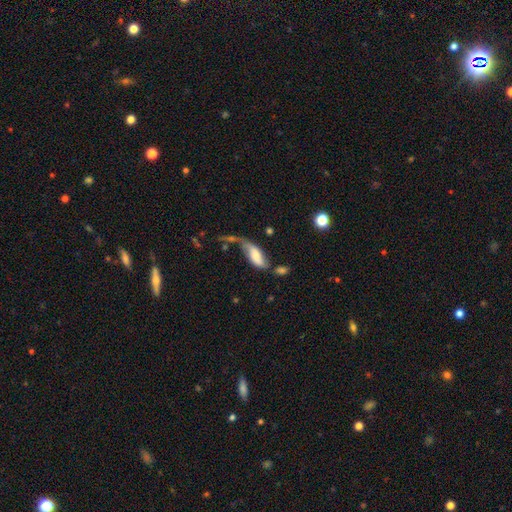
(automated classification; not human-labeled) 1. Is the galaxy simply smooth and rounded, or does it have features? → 50% smooth, 42% featured or disk, 8% star or artifact.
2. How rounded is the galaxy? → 79% in between, 18% cigar-shaped, 3% round.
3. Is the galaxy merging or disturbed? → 29% major disturbance, 25% merger, 25% none, 22% minor disturbance.